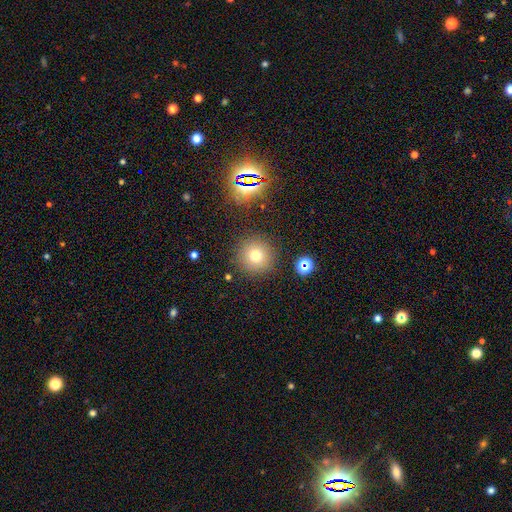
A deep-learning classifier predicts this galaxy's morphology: Smooth or featured? Predicted: smooth (p=0.73). How rounded? Predicted: round (p=0.95). Merging? Predicted: none (p=0.88).